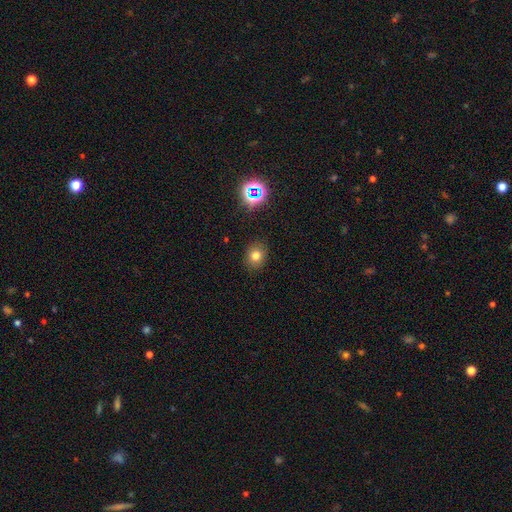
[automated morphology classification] Overall: smooth (74%). How rounded: round (65%; in between 34%). Merging: none (87%).